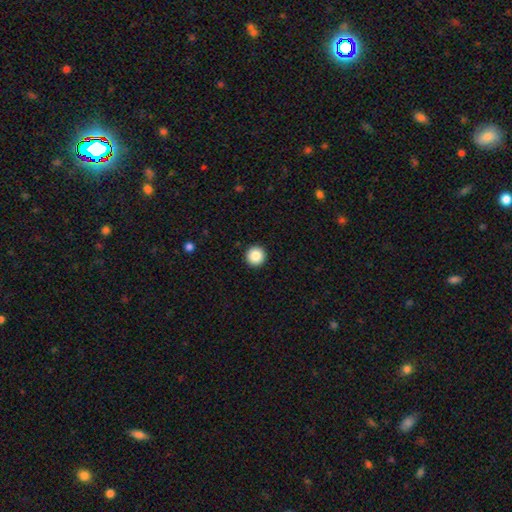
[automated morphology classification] Q: Smooth or featured?
A: smooth (88%); runner-up: star or artifact (9%)
Q: How rounded?
A: round (96%); runner-up: in between (3%)
Q: Merging?
A: none (94%); runner-up: minor disturbance (4%)